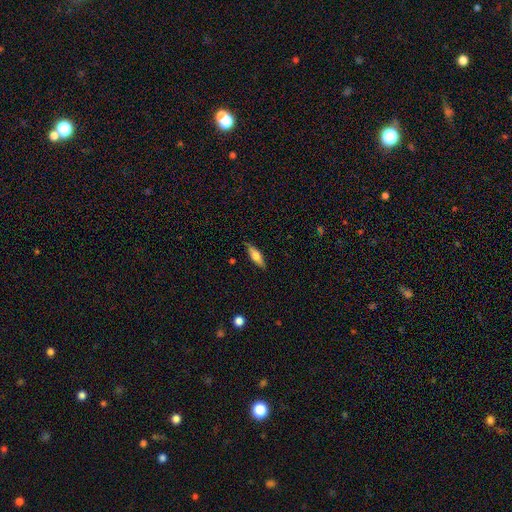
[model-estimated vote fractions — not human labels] A smooth galaxy with no disk features (62%) that is cigar-shaped (49%). Merging: none (85%).